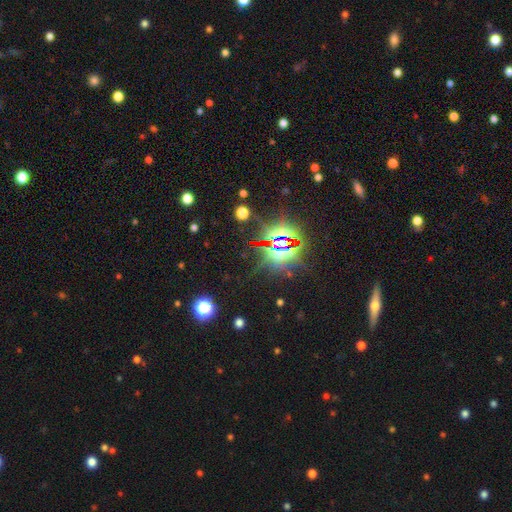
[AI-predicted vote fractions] Overall: star or artifact (84%).